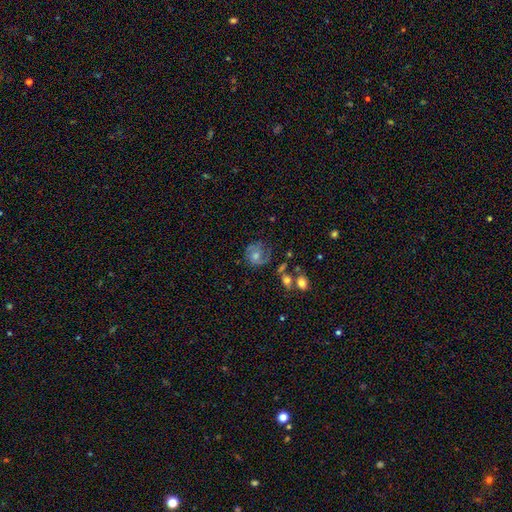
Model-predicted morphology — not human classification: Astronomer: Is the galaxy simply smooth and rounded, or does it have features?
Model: featured or disk — 67%.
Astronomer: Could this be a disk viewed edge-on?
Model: no — 97%.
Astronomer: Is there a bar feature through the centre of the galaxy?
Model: no — 68%.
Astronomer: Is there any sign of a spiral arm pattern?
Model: yes — 89%.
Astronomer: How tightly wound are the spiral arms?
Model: tight — 48% (runner-up: medium, 39%).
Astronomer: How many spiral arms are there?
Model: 2 — 46% (runner-up: can't tell, 22%).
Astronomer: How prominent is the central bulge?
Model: moderate — 62%.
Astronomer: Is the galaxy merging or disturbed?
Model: none — 65%.